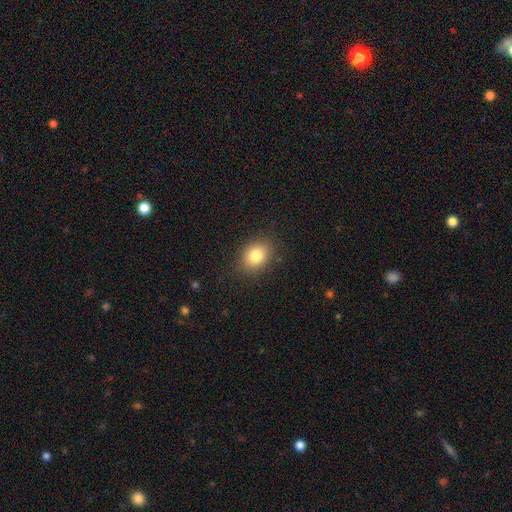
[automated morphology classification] This is clearly a smooth galaxy (81%). How rounded: likely in between (60%). Merging: clearly none (86%).